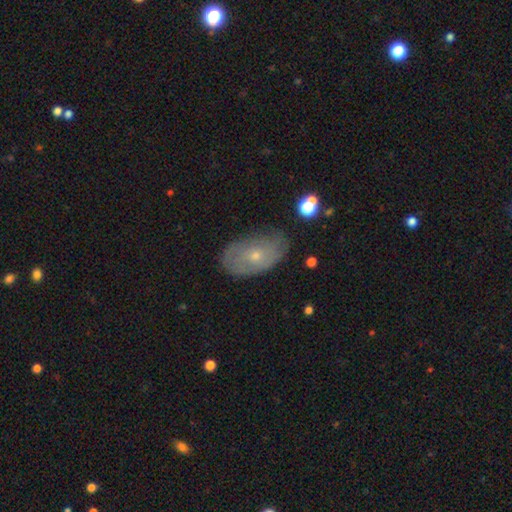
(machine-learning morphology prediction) A featured or disk galaxy (51%).

Vote fractions:
- Smooth or featured? featured or disk: 51% / smooth: 41% / star or artifact: 9%
- Edge-on disk? no: 92% / yes: 8%
- Merging? none: 68% / minor disturbance: 24% / major disturbance: 7% / merger: 2%